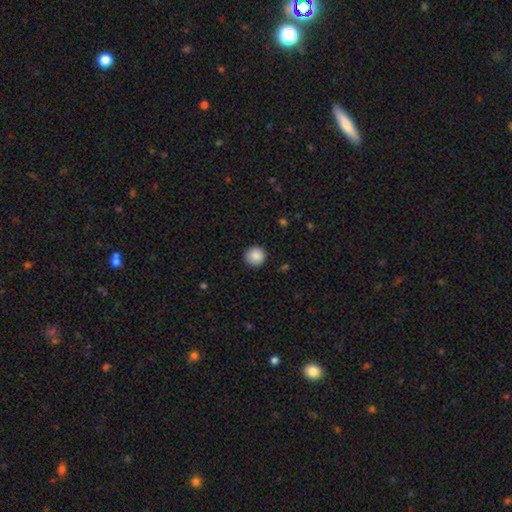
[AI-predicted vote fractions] Smooth or featured?
  - smooth: 89% *
  - star or artifact: 8%
  - featured or disk: 3%
How rounded?
  - round: 94% *
  - in between: 5%
  - cigar-shaped: 1%
Merging?
  - none: 91% *
  - minor disturbance: 6%
  - major disturbance: 2%
  - merger: 1%